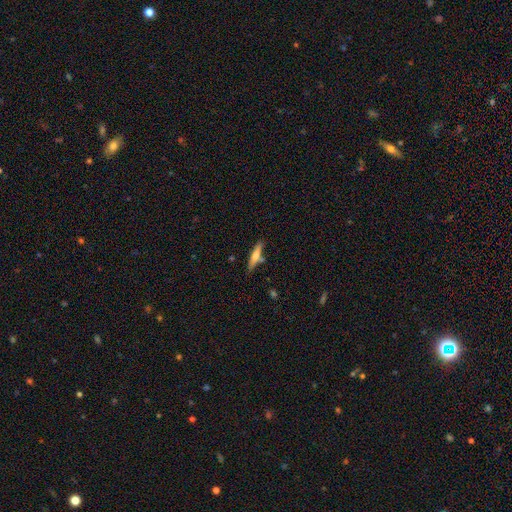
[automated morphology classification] Smooth or featured? smooth (53%)
How rounded? cigar-shaped (83%)
Merging? none (73%)